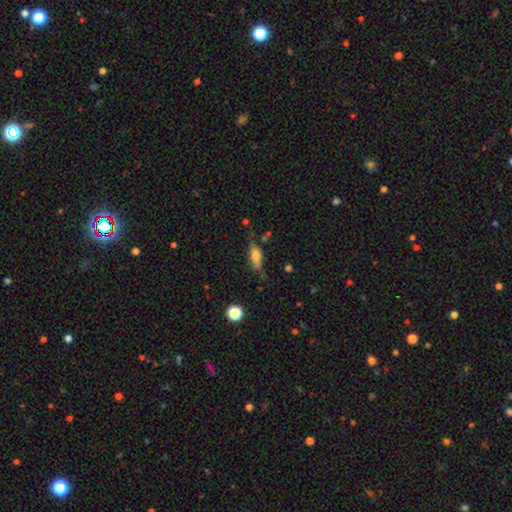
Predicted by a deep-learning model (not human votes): Overall: smooth (65%; featured or disk 26%). How rounded: in between (71%). Merging: none (58%; minor disturbance 28%).